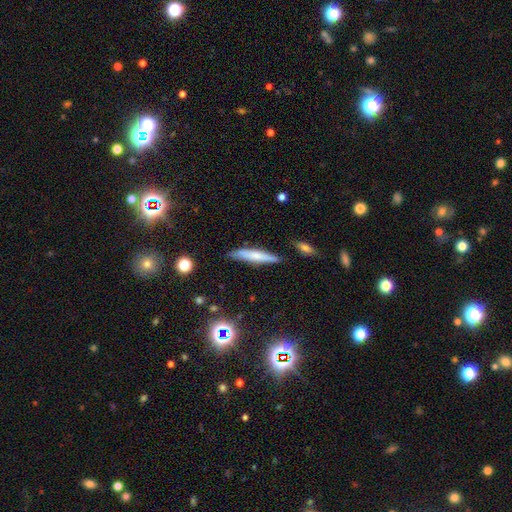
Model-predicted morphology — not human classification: This is likely a smooth galaxy (64%). How rounded: clearly cigar-shaped (88%). Merging: likely none (80%).